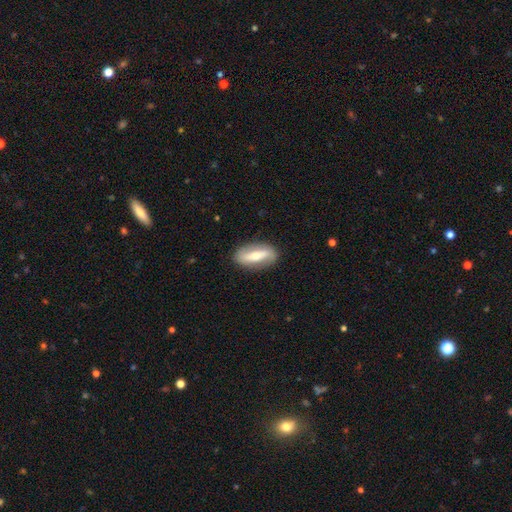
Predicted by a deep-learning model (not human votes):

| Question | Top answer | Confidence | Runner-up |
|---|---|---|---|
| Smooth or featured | featured or disk | 54% | smooth (40%) |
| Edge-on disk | no | 75% | yes (25%) |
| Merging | none | 85% | minor disturbance (11%) |